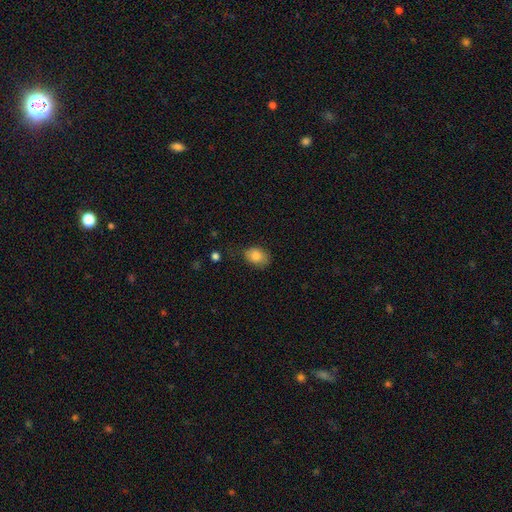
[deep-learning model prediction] Smooth or featured? Predicted: smooth (p=0.84). How rounded? Predicted: in between (p=0.72). Merging? Predicted: none (p=0.63).